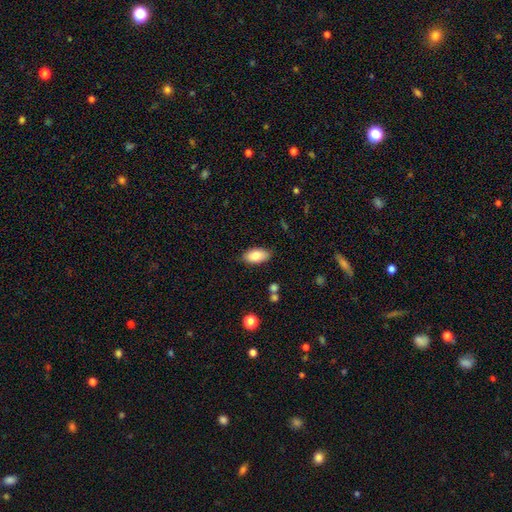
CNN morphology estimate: The model was most divided on "merging": none: 84%, minor disturbance: 12%, major disturbance: 2%, merger: 2%. More confident: how rounded — in between (93%); smooth or featured — smooth (83%).